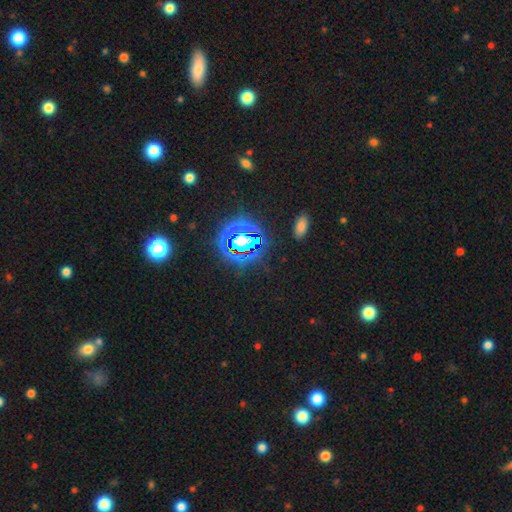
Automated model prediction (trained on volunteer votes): smooth-or-featured: star or artifact: 80% | smooth: 13% | featured or disk: 7%